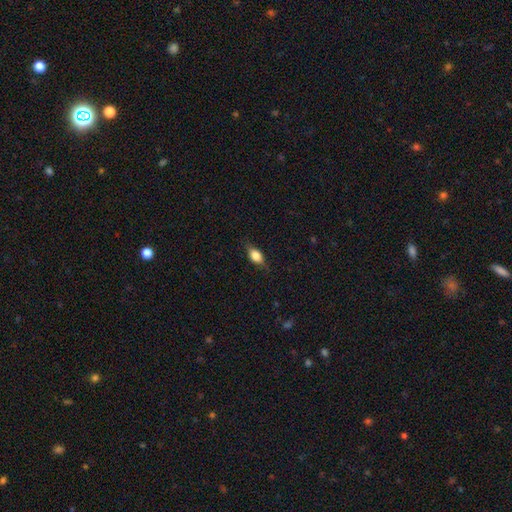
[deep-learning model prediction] A smooth galaxy with no disk features (66%) that is in between round and cigar-shaped (75%). Merging: none (78%).